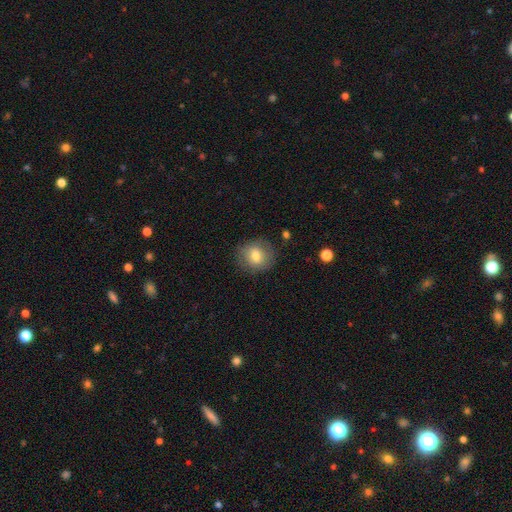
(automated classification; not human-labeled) This is likely a smooth galaxy (73%). How rounded: clearly round (81%). Merging: clearly none (81%).